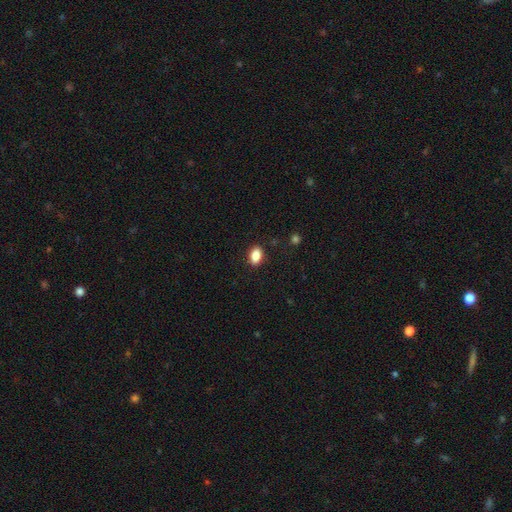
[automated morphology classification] Overall: smooth (87%). How rounded: in between (87%). Merging: none (88%).